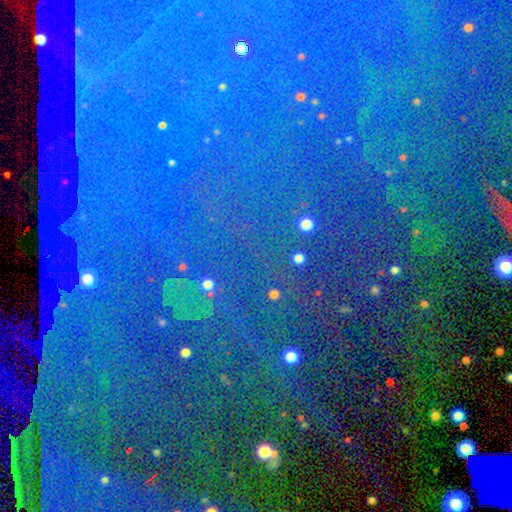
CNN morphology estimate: Smooth or featured? Predicted: star or artifact (p=0.85).